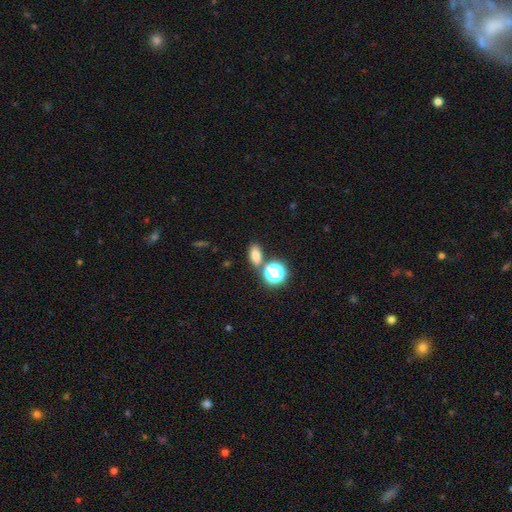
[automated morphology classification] type=smooth (73%); roundness=in between (76%); merging=none (73%).